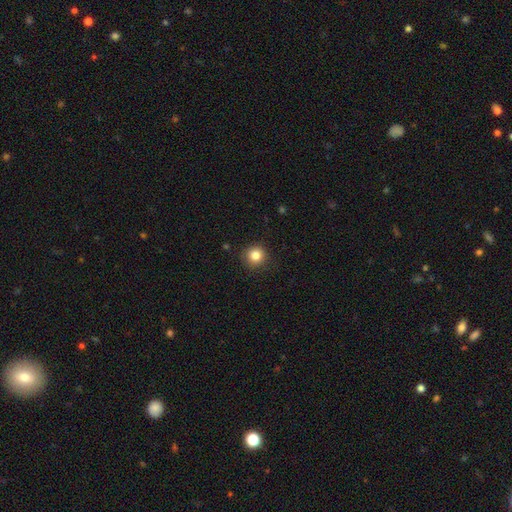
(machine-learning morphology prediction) Smooth or featured: smooth — 83% (star or artifact — 11%)
How rounded: round — 93% (in between — 6%)
Merging: none — 89% (minor disturbance — 8%)